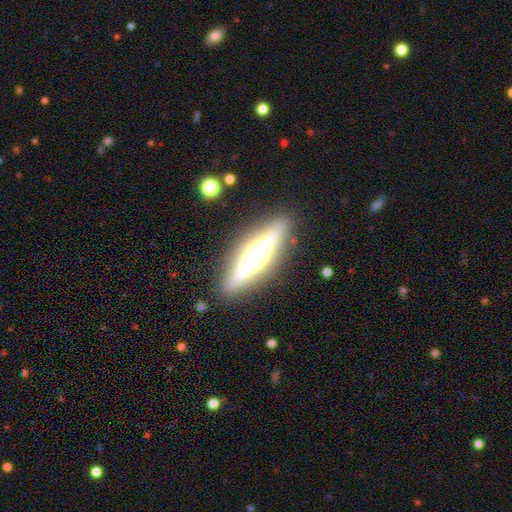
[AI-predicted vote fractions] Q: Smooth or featured?
A: featured or disk (71%); runner-up: smooth (21%)
Q: Edge-on disk?
A: yes (93%); runner-up: no (7%)
Q: Edge-on bulge?
A: rounded (79%); runner-up: boxy (16%)
Q: Merging?
A: none (88%); runner-up: minor disturbance (8%)